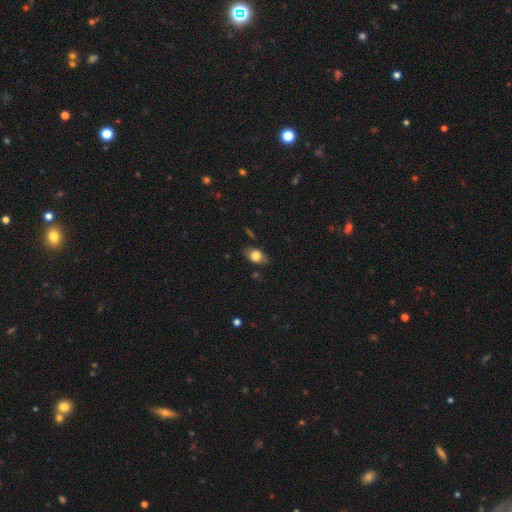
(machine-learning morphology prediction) A smooth galaxy with no disk features (78%) that is in between round and cigar-shaped (77%). Merging: none (76%).